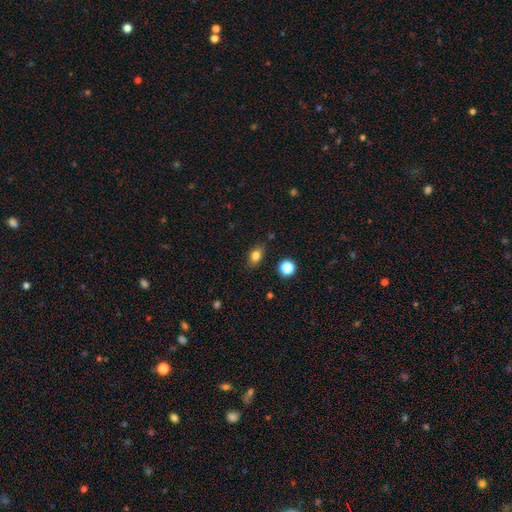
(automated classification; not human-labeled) The model was most divided on "how rounded": in between: 72%, round: 26%, cigar-shaped: 2%. More confident: merging — none (81%); smooth or featured — smooth (81%).